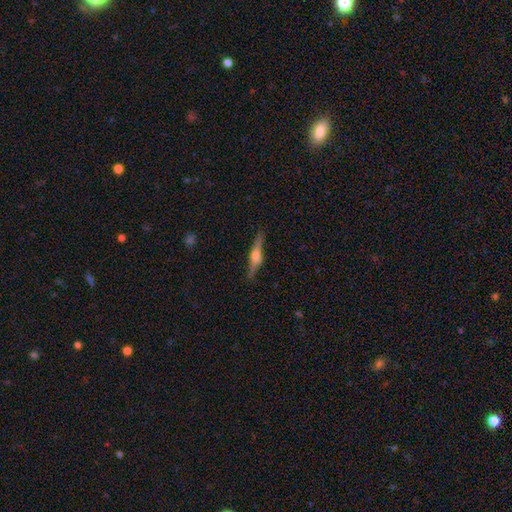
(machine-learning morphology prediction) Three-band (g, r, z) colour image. It shows a featured or disk galaxy (77%) viewed edge-on (98%) with a rounded central bulge (85%). Merging: none (88%).